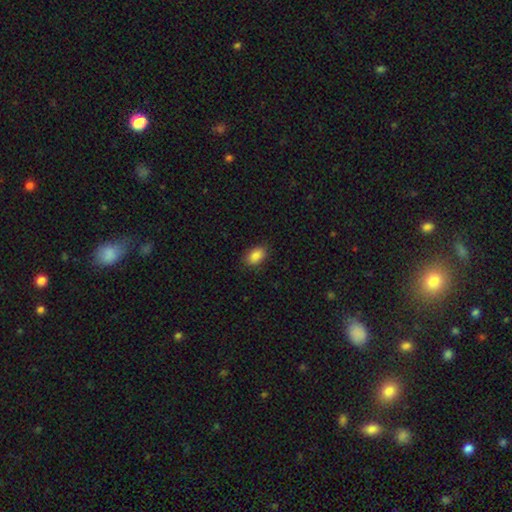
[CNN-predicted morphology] A smooth galaxy with no disk features (87%) that is in between round and cigar-shaped (87%). Merging: none (86%).